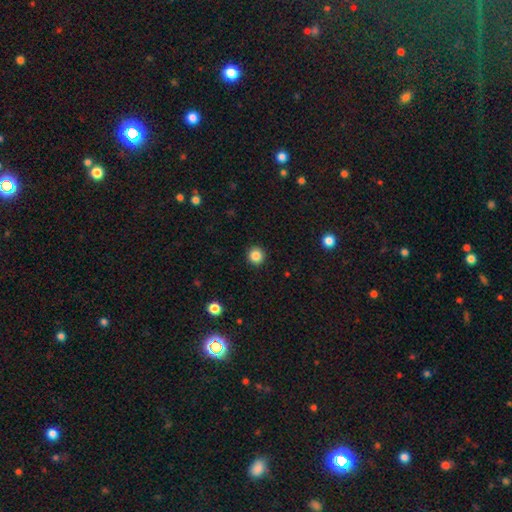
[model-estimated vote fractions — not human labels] A smooth galaxy with no disk features (86%) that is round (95%).

Vote fractions:
- Smooth or featured? smooth: 86% / star or artifact: 11% / featured or disk: 4%
- How rounded? round: 95% / in between: 4% / cigar-shaped: 1%
- Merging? none: 93% / minor disturbance: 5% / major disturbance: 2% / merger: 1%